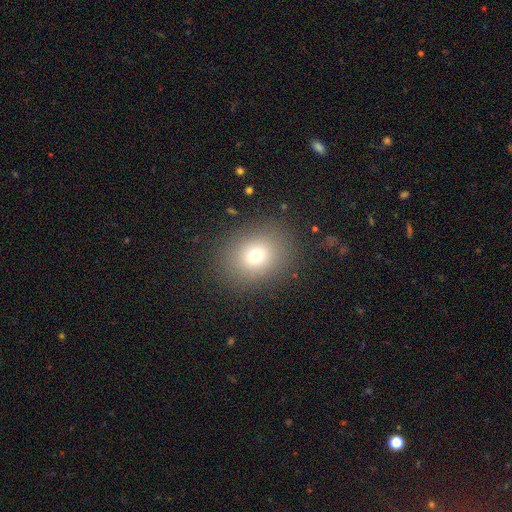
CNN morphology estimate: A smooth galaxy with no disk features (72%) that is round (60%).

Vote fractions:
- Smooth or featured? smooth: 72% / star or artifact: 16% / featured or disk: 13%
- How rounded? round: 60% / in between: 39% / cigar-shaped: 1%
- Merging? none: 85% / minor disturbance: 9% / major disturbance: 5% / merger: 1%